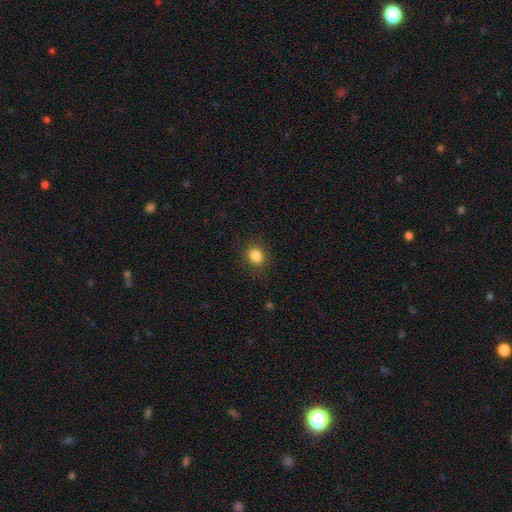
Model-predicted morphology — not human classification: Smooth or featured? Predicted: smooth (p=0.85). How rounded? Predicted: round (p=0.57). Merging? Predicted: none (p=0.87).